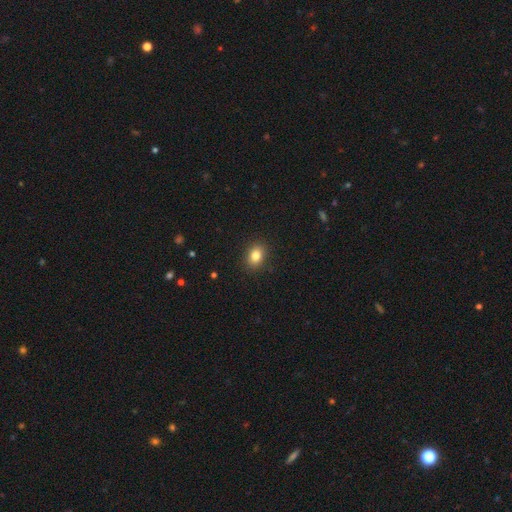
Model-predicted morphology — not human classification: Q: Smooth or featured?
A: smooth (82%); runner-up: star or artifact (10%)
Q: How rounded?
A: in between (63%); runner-up: round (36%)
Q: Merging?
A: none (89%); runner-up: minor disturbance (8%)